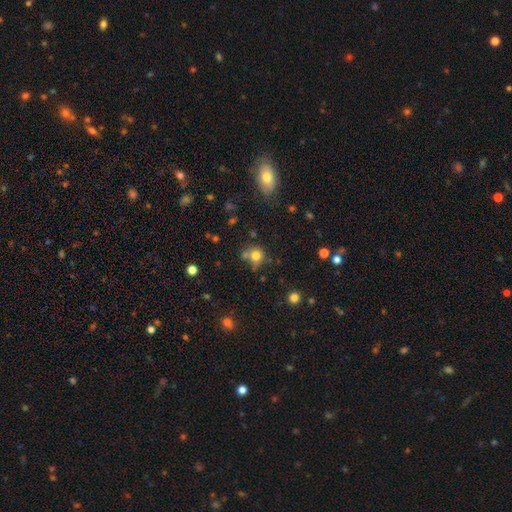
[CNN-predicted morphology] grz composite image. It shows a smooth galaxy with no disk features (77%) that is round (85%). Merging: none (59%).